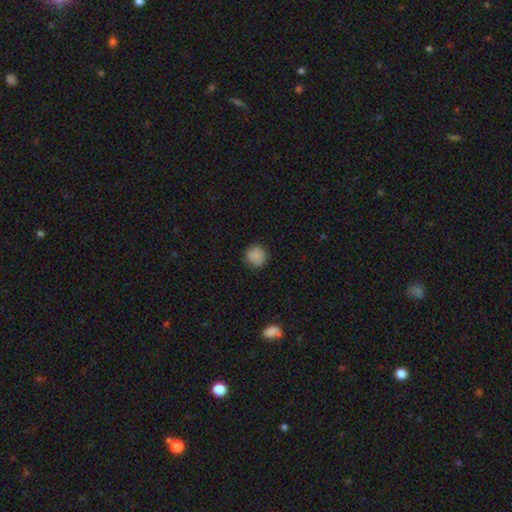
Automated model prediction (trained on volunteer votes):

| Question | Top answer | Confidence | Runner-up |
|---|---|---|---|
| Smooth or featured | smooth | 86% | star or artifact (10%) |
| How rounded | round | 93% | in between (6%) |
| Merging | none | 88% | minor disturbance (8%) |